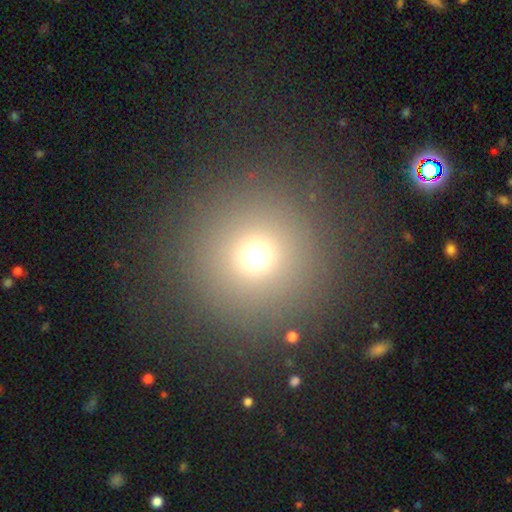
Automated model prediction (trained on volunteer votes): smooth-or-featured: smooth: 68% | star or artifact: 23% | featured or disk: 9%
  how-rounded: round: 96% | in between: 3% | cigar-shaped: 1%
  merging: none: 88% | minor disturbance: 6% | major disturbance: 4% | merger: 2%